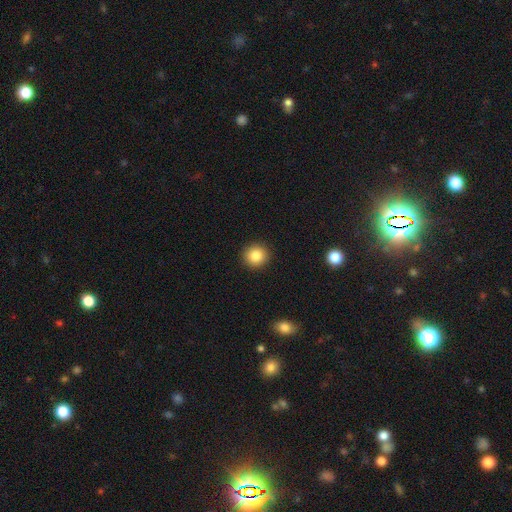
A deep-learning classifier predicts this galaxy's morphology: Smooth or featured? smooth (85%)
How rounded? round (91%)
Merging? none (92%)